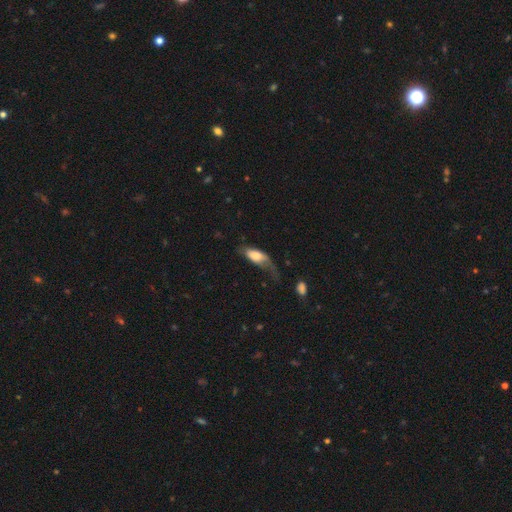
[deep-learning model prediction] Smooth or featured: smooth — 69% (featured or disk — 24%)
How rounded: in between — 83% (cigar-shaped — 13%)
Merging: major disturbance — 48% (minor disturbance — 25%)